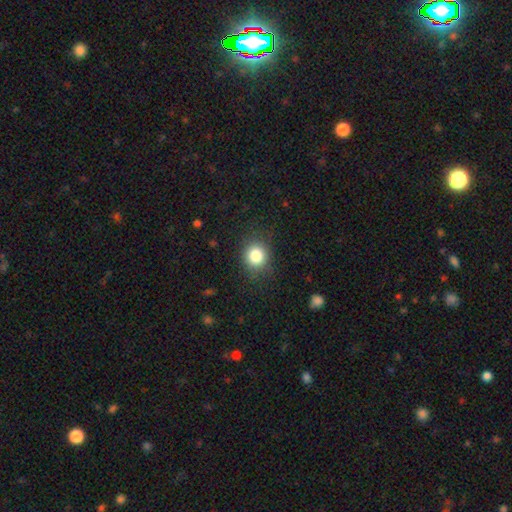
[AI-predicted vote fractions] The model was most divided on "how rounded": round: 79%, in between: 20%, cigar-shaped: 1%. More confident: smooth or featured — smooth (84%); merging — none (83%).